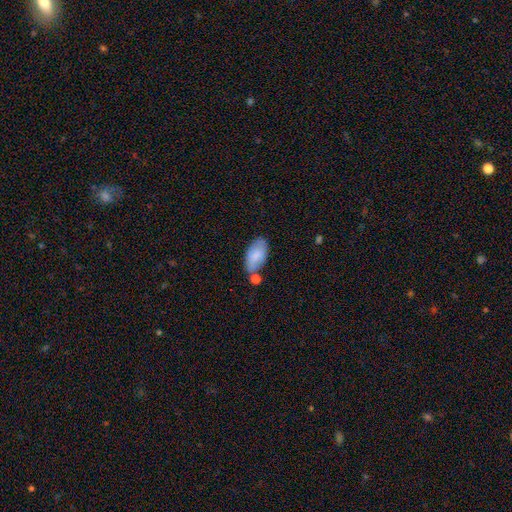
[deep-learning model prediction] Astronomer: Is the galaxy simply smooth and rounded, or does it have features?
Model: smooth — 78%.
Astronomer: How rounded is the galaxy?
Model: in between — 94%.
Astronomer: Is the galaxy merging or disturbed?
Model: none — 57%.